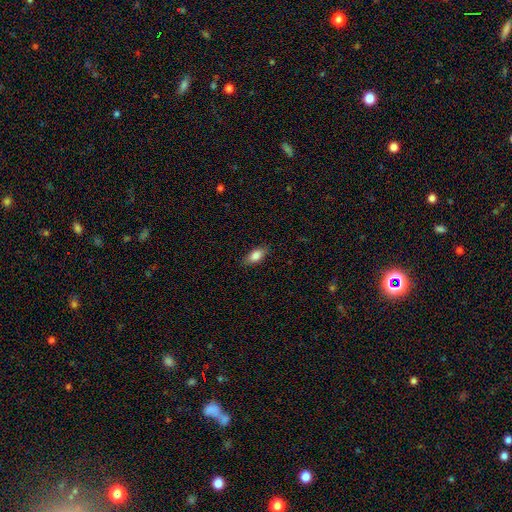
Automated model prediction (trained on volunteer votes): This appears to be a smooth galaxy with no disk features (84%) that is in between round and cigar-shaped (88%). Merging: none (84%).